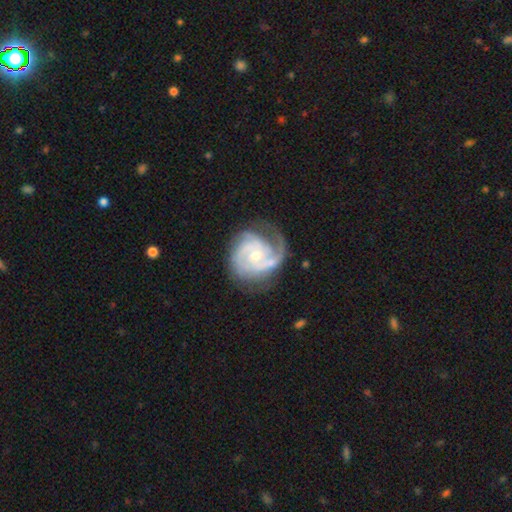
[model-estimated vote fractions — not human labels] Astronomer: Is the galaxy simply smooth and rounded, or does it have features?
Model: featured or disk — 89%.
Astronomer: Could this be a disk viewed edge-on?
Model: no — 98%.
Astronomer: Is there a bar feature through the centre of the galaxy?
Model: no — 61%.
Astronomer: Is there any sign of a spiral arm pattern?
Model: yes — 97%.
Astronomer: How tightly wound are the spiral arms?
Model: tight — 52% (runner-up: medium, 39%).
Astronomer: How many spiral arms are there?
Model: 2 — 40% (runner-up: 3, 30%).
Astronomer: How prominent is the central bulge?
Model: small — 56% (runner-up: moderate, 40%).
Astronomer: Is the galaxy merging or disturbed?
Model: none — 62%.